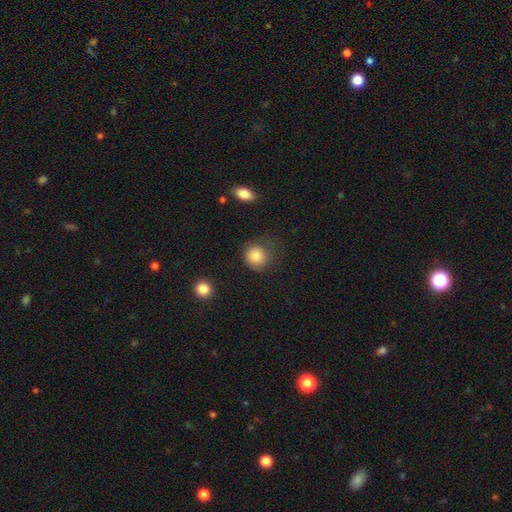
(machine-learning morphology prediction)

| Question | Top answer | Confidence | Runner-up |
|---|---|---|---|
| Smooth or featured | smooth | 84% | star or artifact (8%) |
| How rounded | round | 83% | in between (16%) |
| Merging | none | 60% | minor disturbance (23%) |